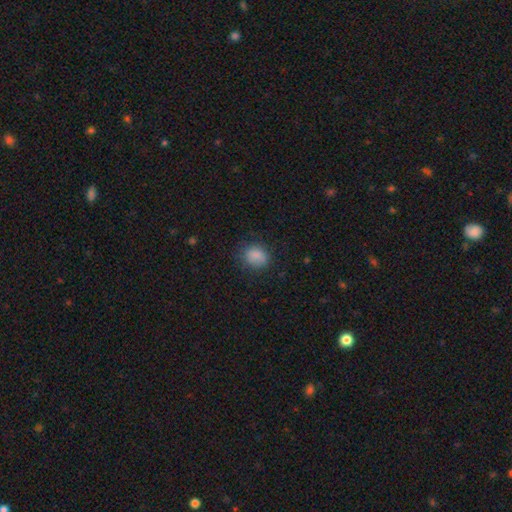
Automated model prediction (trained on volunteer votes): Overall: smooth (84%). How rounded: round (55%; in between 44%). Merging: none (76%).